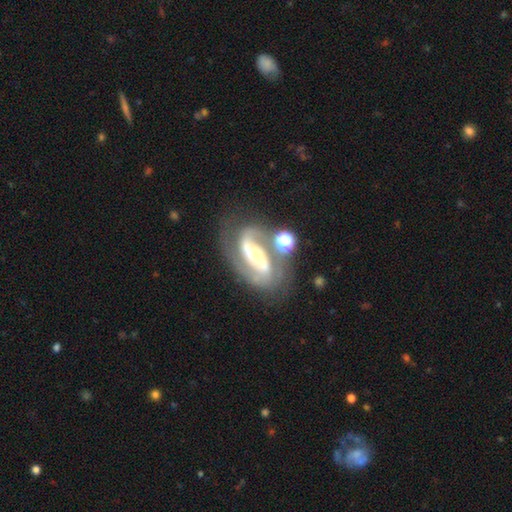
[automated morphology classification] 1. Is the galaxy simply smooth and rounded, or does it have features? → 86% featured or disk, 7% smooth, 6% star or artifact.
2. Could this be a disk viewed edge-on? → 96% no, 4% yes.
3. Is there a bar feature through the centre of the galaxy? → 45% strong, 31% weak, 23% no.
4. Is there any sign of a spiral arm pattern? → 95% yes, 5% no.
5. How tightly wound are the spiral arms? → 52% medium, 25% loose, 23% tight.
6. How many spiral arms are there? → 87% 2, 4% 1, 4% can't tell, 2% 3, 1% 4, 1% more than 4.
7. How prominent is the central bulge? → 60% moderate, 26% small, 11% large, 2% none, 2% dominant.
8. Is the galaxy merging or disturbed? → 57% none, 18% minor disturbance, 13% major disturbance, 12% merger.